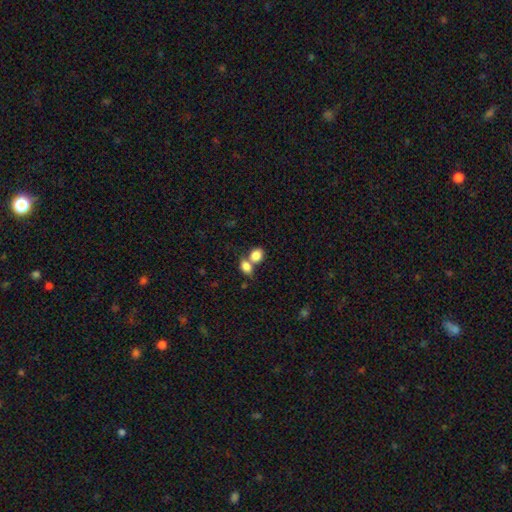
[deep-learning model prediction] smooth_or_featured: smooth (p=0.84) [alt: star or artifact p=0.09]
how_rounded: round (p=0.52) [alt: in between p=0.46]
merging: merger (p=0.53) [alt: none p=0.36]